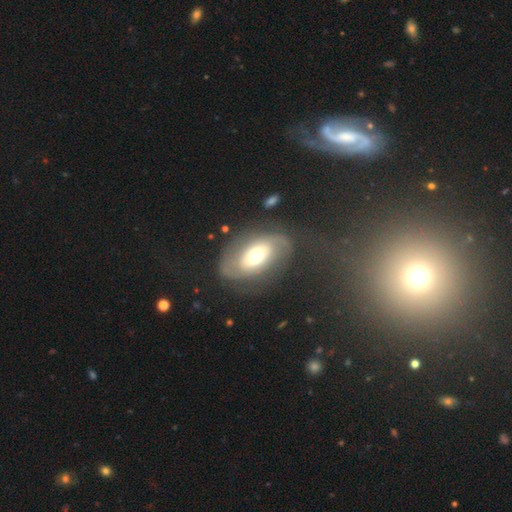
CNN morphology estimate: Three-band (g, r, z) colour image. It shows a featured or disk galaxy (61%) with no bar (50%), spiral arms (66%) and a moderate central bulge (62%). Merging: none (62%).